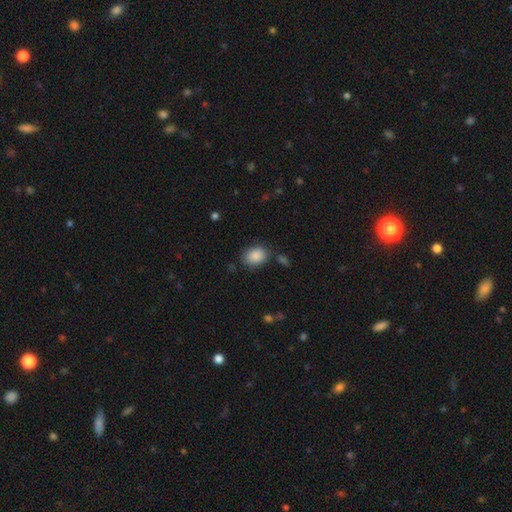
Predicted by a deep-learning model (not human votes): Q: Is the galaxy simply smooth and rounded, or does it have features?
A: smooth — 89%.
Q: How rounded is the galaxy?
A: in between — 70%.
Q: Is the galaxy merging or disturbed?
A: none — 77%.